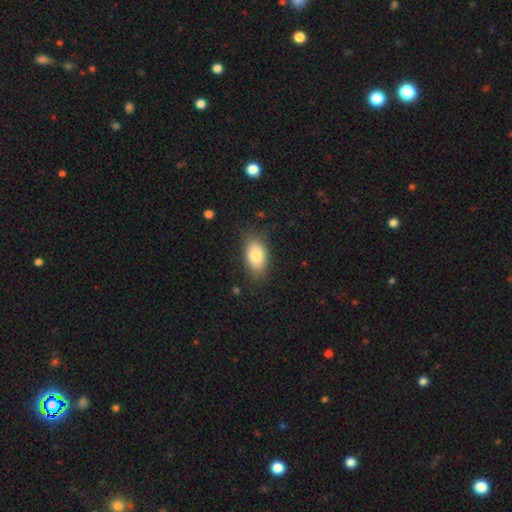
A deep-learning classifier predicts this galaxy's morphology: smooth 79%, featured or disk 13%, star or artifact 7%. Down the decision tree: how rounded — in between (91%); merging — none (80%).